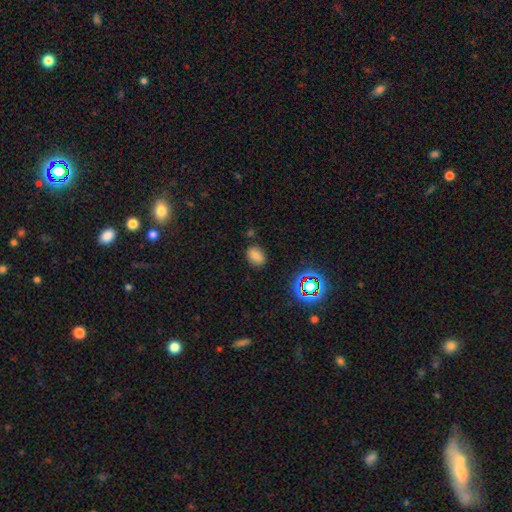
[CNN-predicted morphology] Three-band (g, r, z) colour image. It shows a smooth galaxy with no disk features (75%) that is in between round and cigar-shaped (77%). Merging: none (81%).